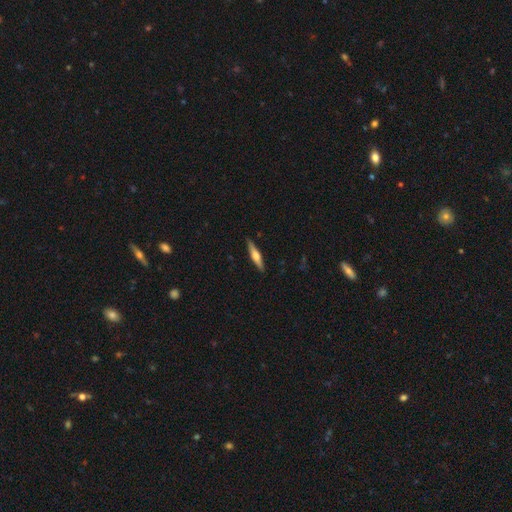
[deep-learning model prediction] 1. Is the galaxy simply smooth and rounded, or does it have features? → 56% featured or disk, 38% smooth, 5% star or artifact.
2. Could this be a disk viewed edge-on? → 96% yes, 4% no.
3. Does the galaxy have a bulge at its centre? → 87% rounded, 9% boxy, 5% none.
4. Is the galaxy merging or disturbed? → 90% none, 7% minor disturbance, 1% major disturbance, 1% merger.